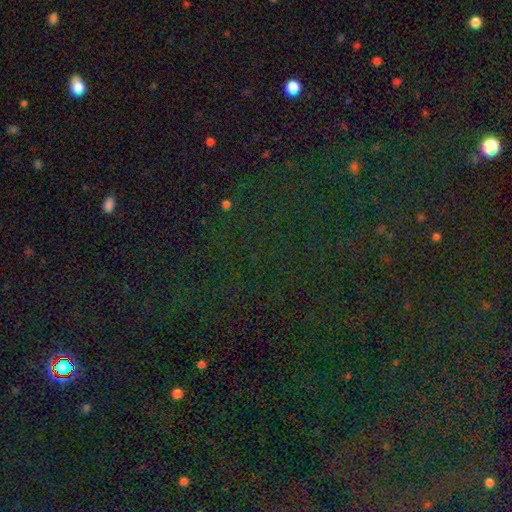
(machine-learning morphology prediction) type=star or artifact (82%).